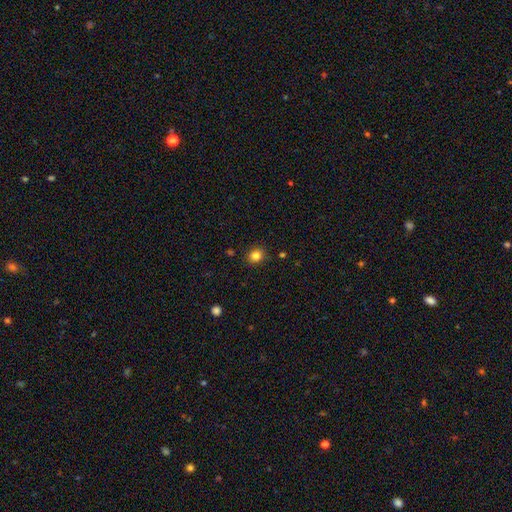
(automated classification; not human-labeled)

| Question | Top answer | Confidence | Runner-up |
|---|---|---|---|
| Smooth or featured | smooth | 83% | star or artifact (12%) |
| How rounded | round | 74% | in between (25%) |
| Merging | none | 88% | minor disturbance (8%) |